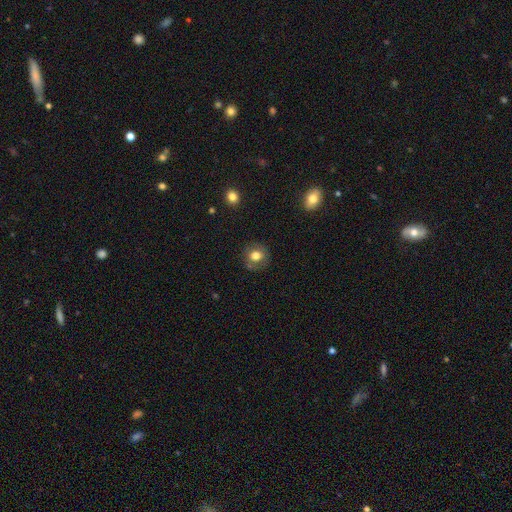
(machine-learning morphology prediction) A smooth galaxy with no disk features (74%) that is round (85%). Merging: none (81%).